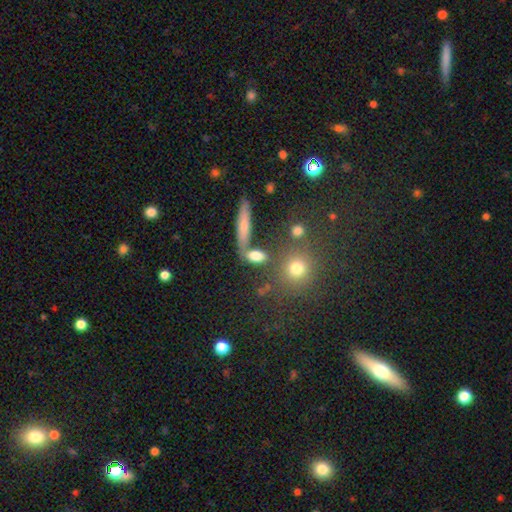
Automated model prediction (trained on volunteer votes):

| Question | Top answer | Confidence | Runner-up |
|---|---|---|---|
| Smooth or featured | smooth | 77% | featured or disk (12%) |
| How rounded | in between | 56% | round (22%) |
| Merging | none | 61% | merger (20%) |